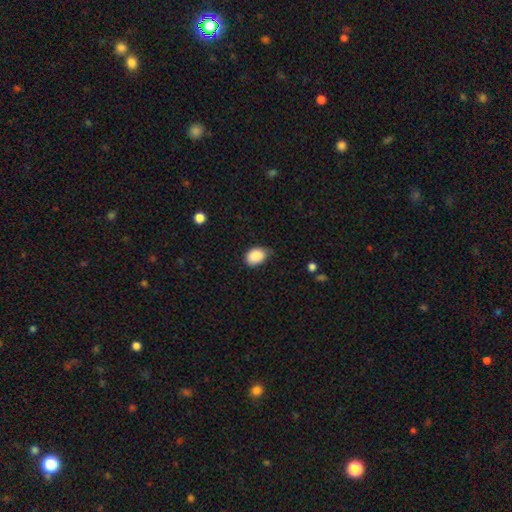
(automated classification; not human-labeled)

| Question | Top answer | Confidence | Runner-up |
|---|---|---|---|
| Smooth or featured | smooth | 89% | star or artifact (8%) |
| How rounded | in between | 76% | round (23%) |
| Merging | none | 62% | minor disturbance (31%) |